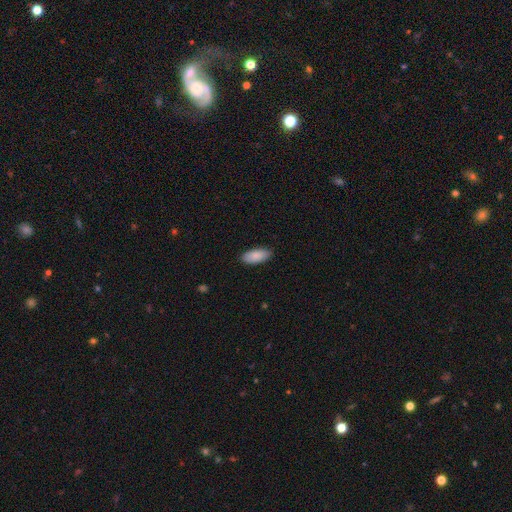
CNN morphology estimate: Q: Smooth or featured?
A: smooth (88%); runner-up: featured or disk (6%)
Q: How rounded?
A: in between (88%); runner-up: cigar-shaped (10%)
Q: Merging?
A: none (86%); runner-up: minor disturbance (11%)